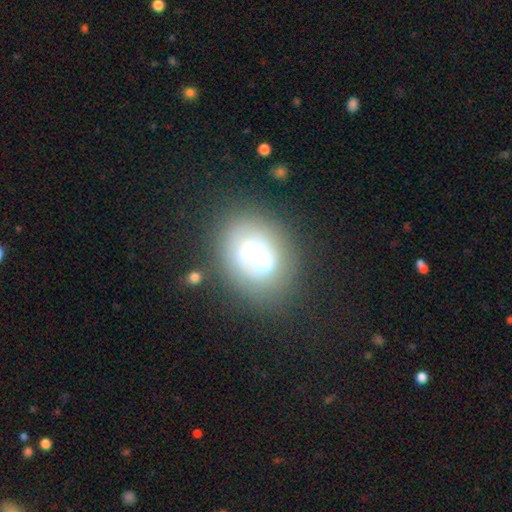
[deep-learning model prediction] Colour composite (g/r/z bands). It shows a smooth galaxy with no disk features (44%). Merging: none (53%).